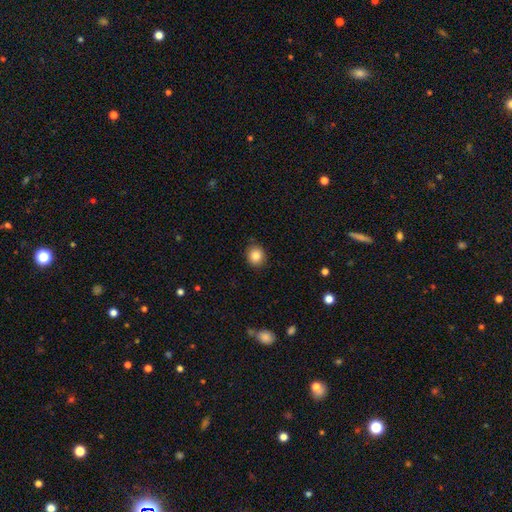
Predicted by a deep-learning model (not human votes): Overall: smooth (84%). How rounded: round (81%). Merging: none (88%).